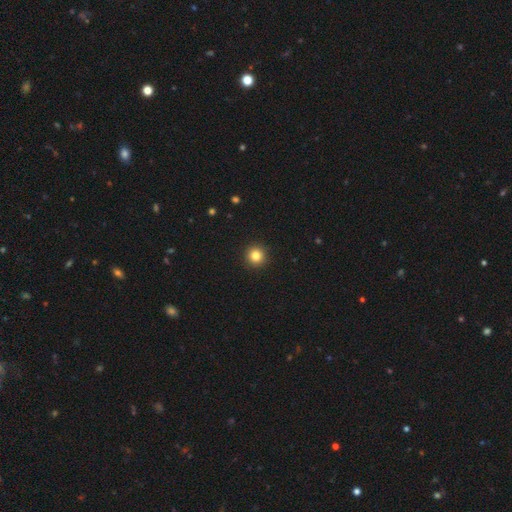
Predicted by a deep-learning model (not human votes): Q: Smooth or featured?
A: smooth (83%); runner-up: star or artifact (12%)
Q: How rounded?
A: round (96%); runner-up: in between (3%)
Q: Merging?
A: none (94%); runner-up: minor disturbance (4%)